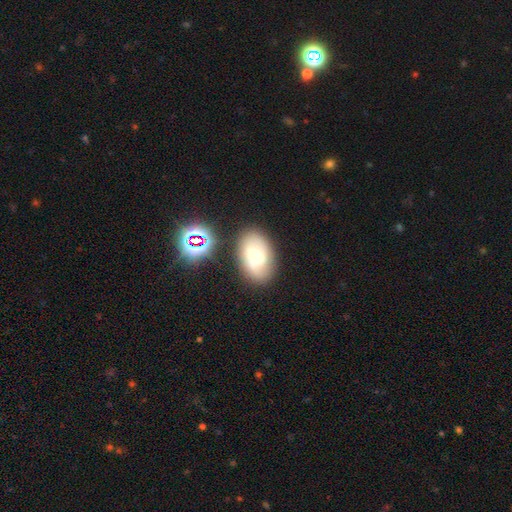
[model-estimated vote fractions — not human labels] Smooth or featured?
  - smooth: 50% *
  - featured or disk: 38%
  - star or artifact: 12%
How rounded?
  - in between: 88% *
  - round: 11%
  - cigar-shaped: 1%
Merging?
  - none: 75% *
  - minor disturbance: 15%
  - merger: 5%
  - major disturbance: 5%